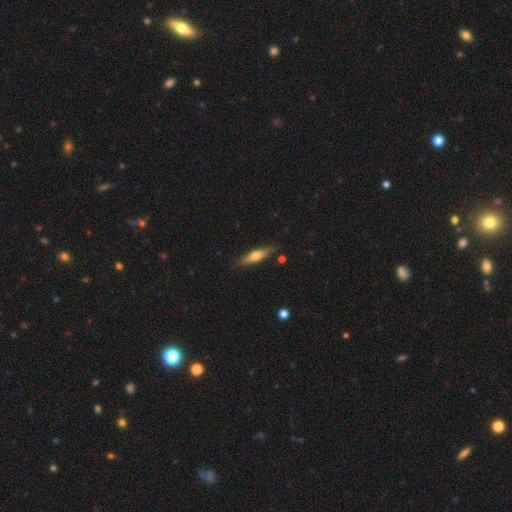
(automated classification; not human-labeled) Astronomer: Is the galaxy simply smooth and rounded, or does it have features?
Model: smooth — 51% (runner-up: featured or disk, 43%).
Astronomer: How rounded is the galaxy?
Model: cigar-shaped — 72%.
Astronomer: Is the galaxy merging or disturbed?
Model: none — 84%.